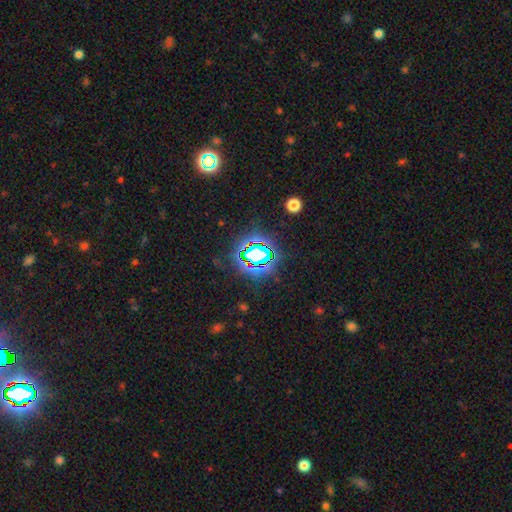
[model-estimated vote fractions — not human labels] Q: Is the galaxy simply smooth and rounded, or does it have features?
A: star or artifact — 73%.